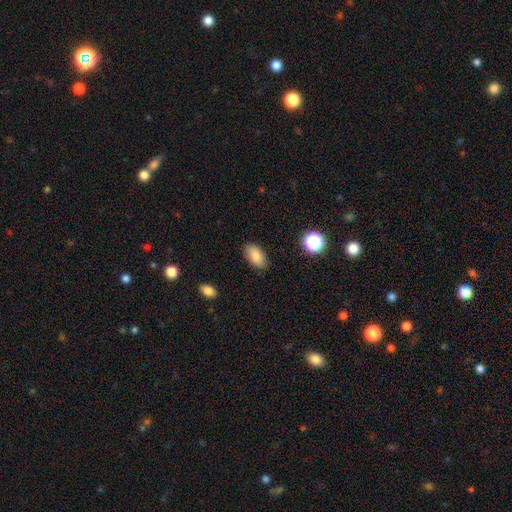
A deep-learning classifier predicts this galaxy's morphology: Overall: smooth (86%). How rounded: in between (92%). Merging: none (86%).